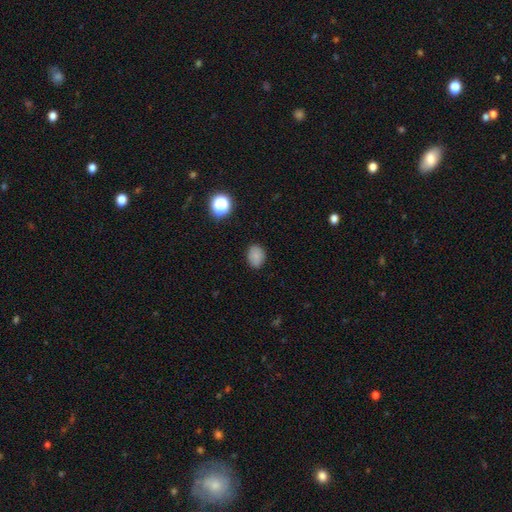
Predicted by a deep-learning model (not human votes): Overall: smooth (80%). How rounded: in between (61%; round 38%). Merging: none (83%).